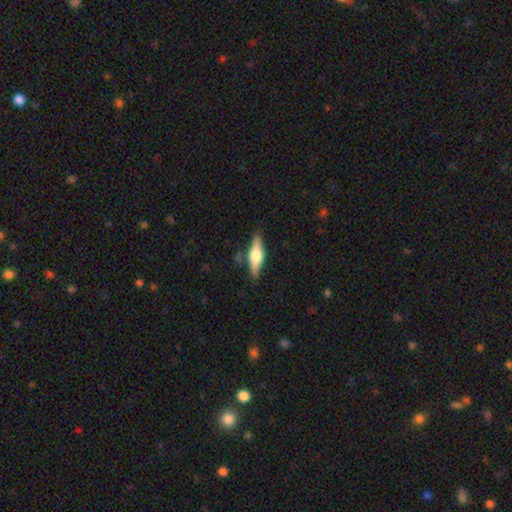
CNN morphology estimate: Smooth or featured? featured or disk (52%)
Edge-on disk? yes (93%)
Merging? none (84%)